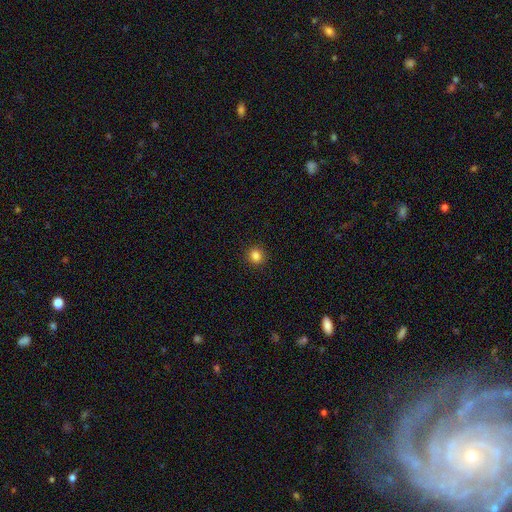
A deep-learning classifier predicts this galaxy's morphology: smooth 84%, star or artifact 12%, featured or disk 4%. Down the decision tree: how rounded — round (88%); merging — none (91%).